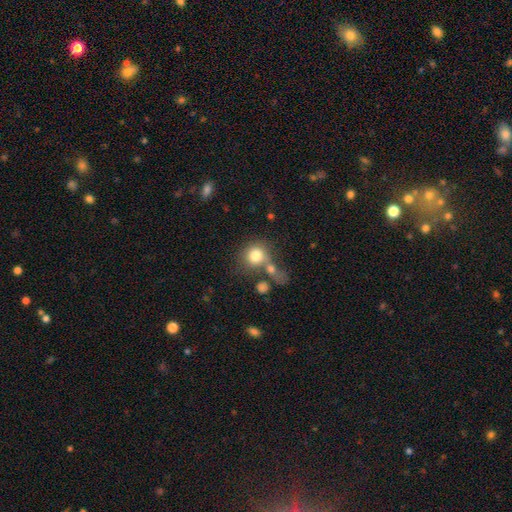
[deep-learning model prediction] smooth 78%, featured or disk 12%, star or artifact 10%. Down the decision tree: how rounded — round (80%); merging — none (45%).